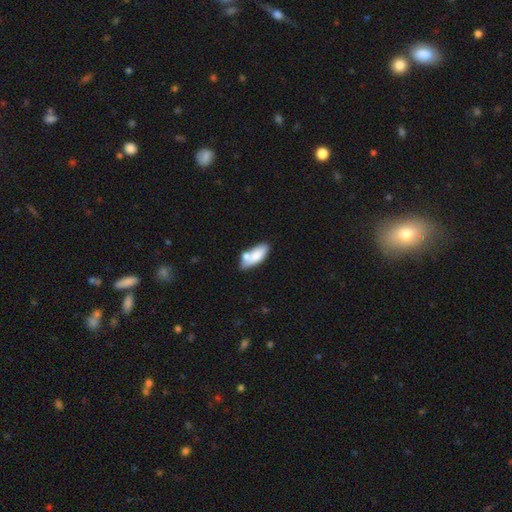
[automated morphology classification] smooth 77%, featured or disk 16%, star or artifact 7%. Down the decision tree: how rounded — in between (76%); merging — none (55%).